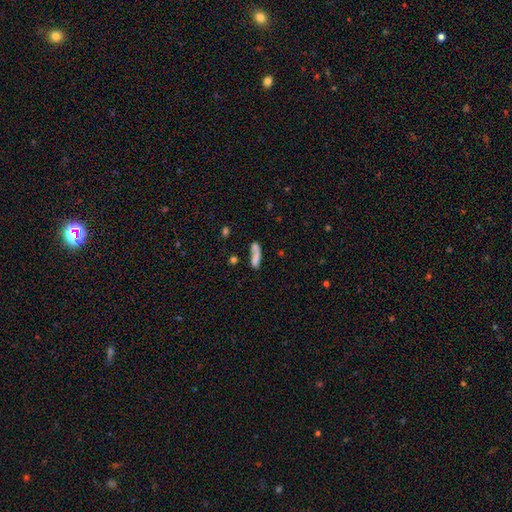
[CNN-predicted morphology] The model was most divided on "how rounded": cigar-shaped: 54%, in between: 42%, round: 4%. Remaining: smooth or featured — smooth (70%); merging — none (42%).